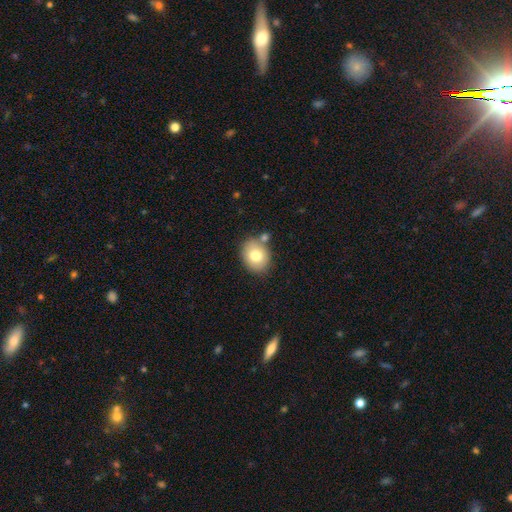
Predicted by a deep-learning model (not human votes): Smooth or featured?
  - smooth: 77% *
  - featured or disk: 15%
  - star or artifact: 8%
How rounded?
  - round: 51% *
  - in between: 48%
  - cigar-shaped: 1%
Merging?
  - none: 71% *
  - minor disturbance: 13%
  - merger: 12%
  - major disturbance: 3%